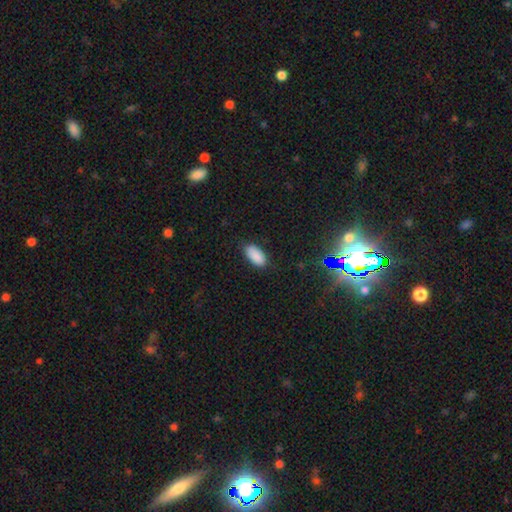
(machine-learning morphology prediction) The model was most divided on "merging": none: 82%, minor disturbance: 14%, major disturbance: 3%, merger: 1%. More confident: how rounded — in between (93%); smooth or featured — smooth (88%).